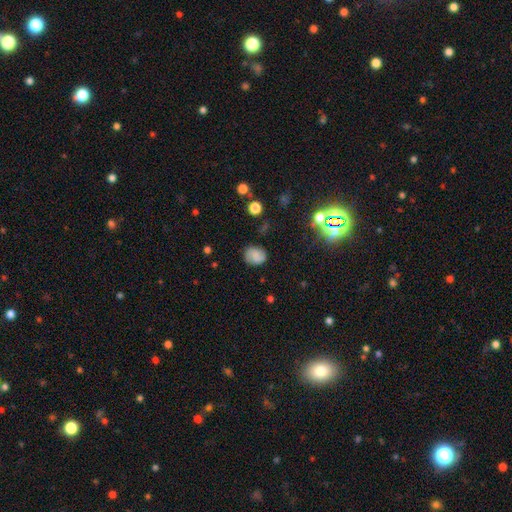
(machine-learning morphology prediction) The model was most divided on "how rounded": round: 62%, in between: 37%, cigar-shaped: 1%. More confident: merging — none (77%); smooth or featured — smooth (62%).